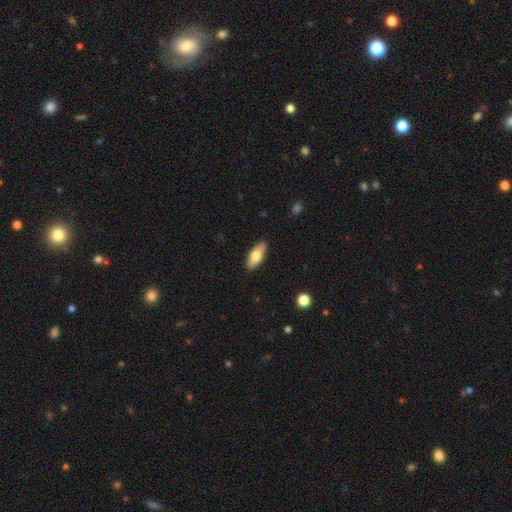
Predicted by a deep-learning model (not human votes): A smooth galaxy with no disk features (72%) that is in between round and cigar-shaped (79%). Merging: none (89%).